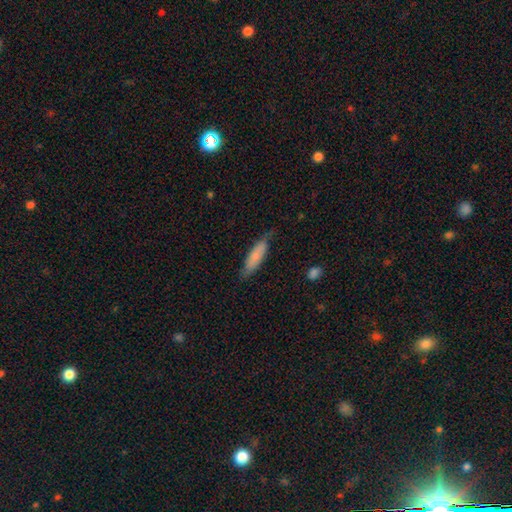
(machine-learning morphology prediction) smooth_or_featured: smooth (p=0.75) [alt: featured or disk p=0.19]
how_rounded: cigar-shaped (p=0.66) [alt: in between p=0.32]
merging: none (p=0.72) [alt: minor disturbance p=0.22]